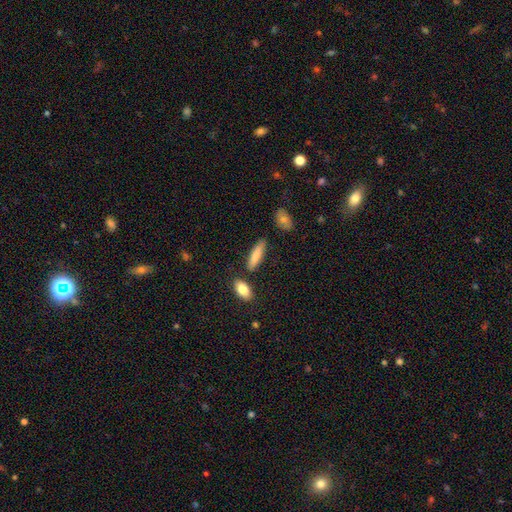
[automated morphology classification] smooth 79%, featured or disk 15%, star or artifact 6%. Down the decision tree: how rounded — cigar-shaped (71%); merging — none (81%).